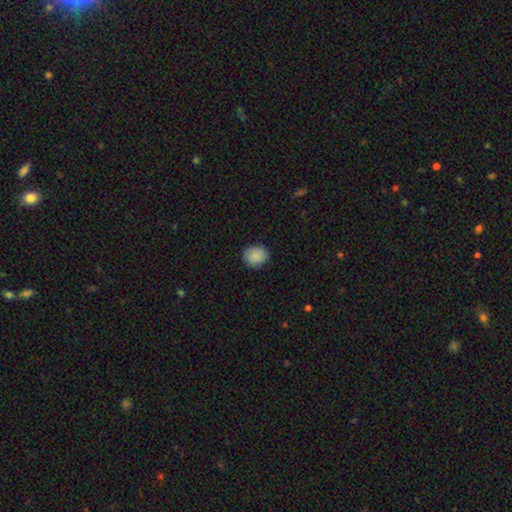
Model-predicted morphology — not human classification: Overall: smooth (89%). How rounded: round (70%). Merging: none (85%).